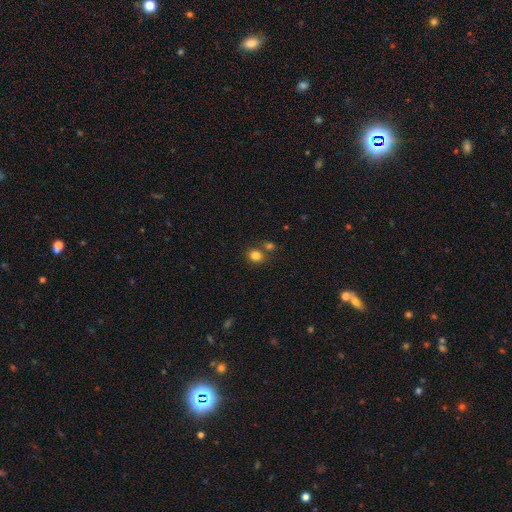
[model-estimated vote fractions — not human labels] A smooth galaxy with no disk features (82%) that is round (71%). Merging: none (67%).